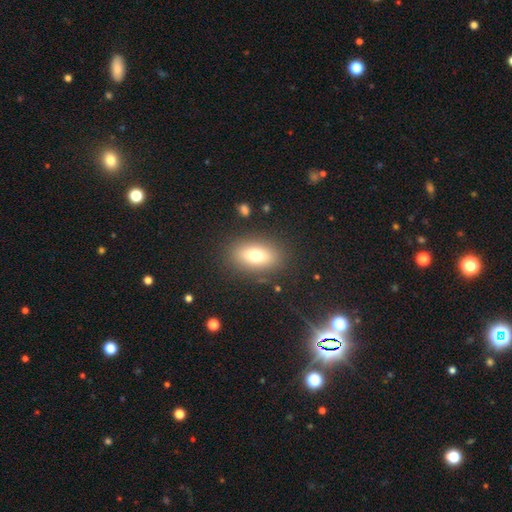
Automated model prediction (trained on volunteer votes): This appears to be a smooth galaxy with no disk features (73%) that is in between round and cigar-shaped (83%). Merging: none (85%).